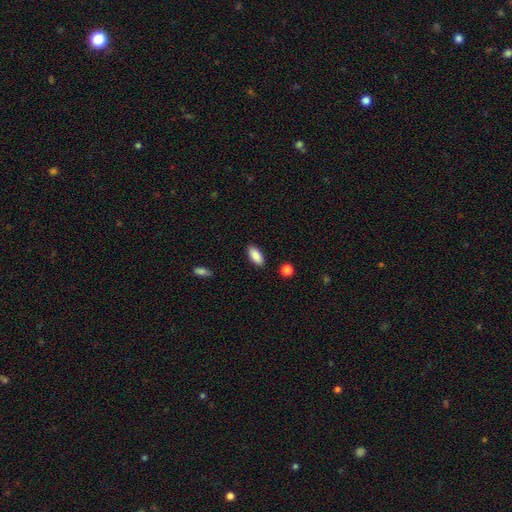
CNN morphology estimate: This appears to be a smooth galaxy with no disk features (88%) that is in between round and cigar-shaped (87%). Merging: none (88%).